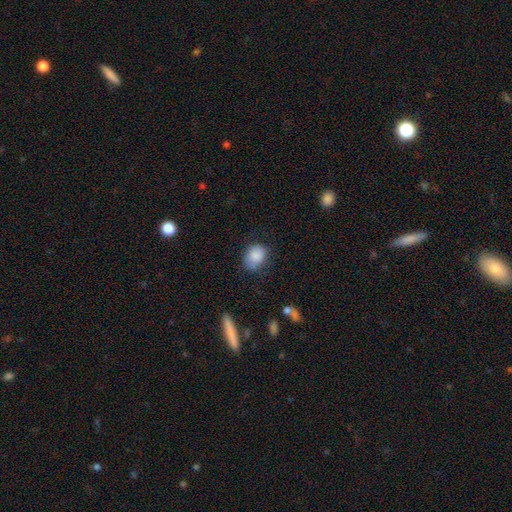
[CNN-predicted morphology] Smooth or featured? Predicted: smooth (p=0.86). How rounded? Predicted: in between (p=0.59). Merging? Predicted: none (p=0.65).